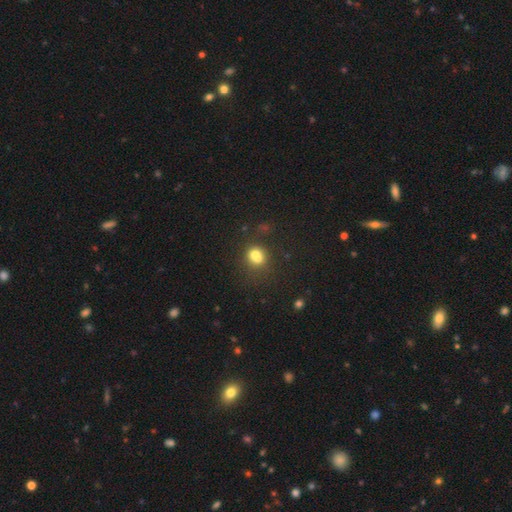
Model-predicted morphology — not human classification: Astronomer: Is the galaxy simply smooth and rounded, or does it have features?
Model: smooth — 72%.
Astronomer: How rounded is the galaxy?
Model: round — 65%.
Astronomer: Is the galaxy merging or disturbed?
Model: none — 41% (runner-up: merger, 40%).